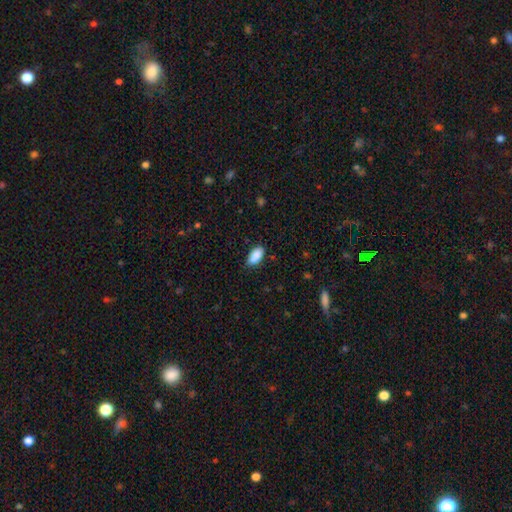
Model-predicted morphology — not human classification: type=smooth (89%); roundness=in between (91%); merging=none (75%).